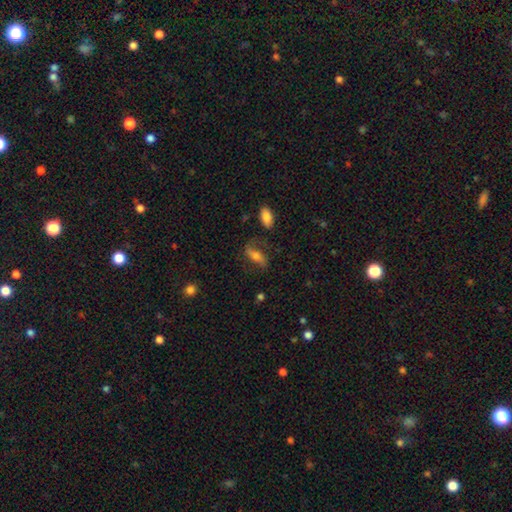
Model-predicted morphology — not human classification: This appears to be a smooth galaxy with no disk features (47%). Merging: none (66%).